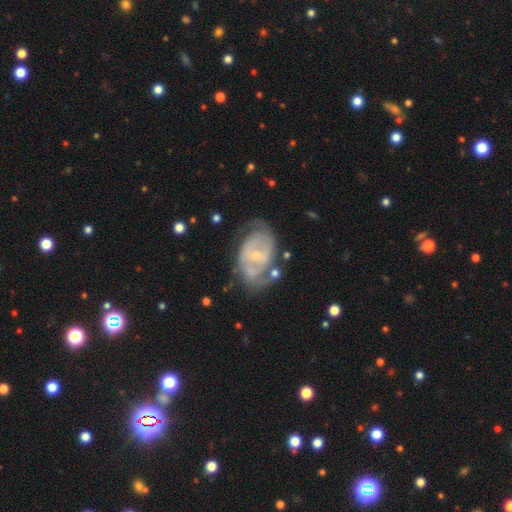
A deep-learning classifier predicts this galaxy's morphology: A featured or disk galaxy (77%) with no bar (42%), 2 (56%) tight (43%) spiral arms (74%) and a small central bulge (75%).

Vote fractions:
- Smooth or featured? featured or disk: 77% / smooth: 17% / star or artifact: 6%
- Edge-on disk? no: 96% / yes: 4%
- Bar? no: 42% / weak: 41% / strong: 17%
- Spiral arms? yes: 74% / no: 26%
- Spiral winding? tight: 43% / medium: 39% / loose: 18%
- Spiral arm count? 2: 56% / can't tell: 31% / 3: 5% / 1: 4% / 4: 2% / more than 4: 2%
- Bulge size? small: 75% / moderate: 19% / none: 3% / large: 1% / dominant: 1%
- Merging? none: 52% / minor disturbance: 25% / major disturbance: 17% / merger: 7%